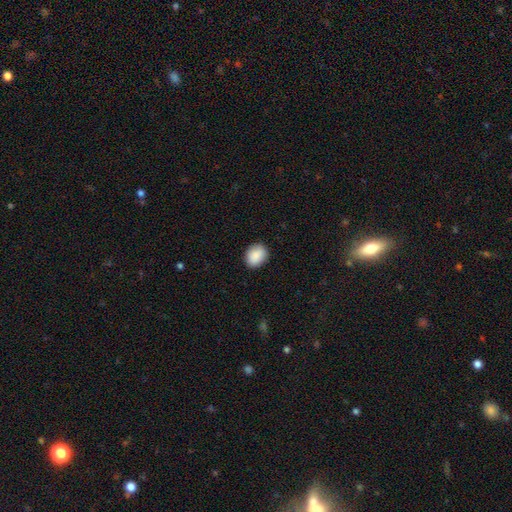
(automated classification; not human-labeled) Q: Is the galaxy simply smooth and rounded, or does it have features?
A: smooth — 90%.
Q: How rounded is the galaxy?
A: in between — 59%.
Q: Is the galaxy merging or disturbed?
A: none — 87%.